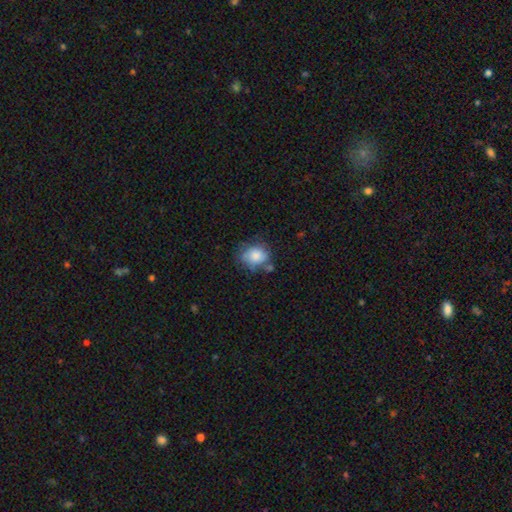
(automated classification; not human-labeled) A smooth galaxy with no disk features (75%) that is round (54%).

Vote fractions:
- Smooth or featured? smooth: 75% / featured or disk: 17% / star or artifact: 8%
- How rounded? round: 54% / in between: 45% / cigar-shaped: 1%
- Merging? none: 49% / minor disturbance: 28% / major disturbance: 12% / merger: 11%